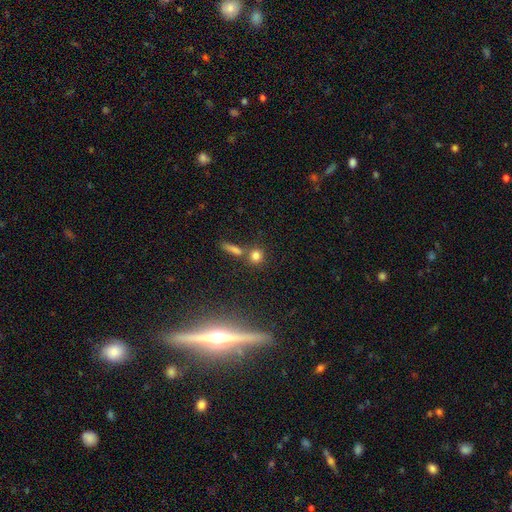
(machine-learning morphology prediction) A smooth galaxy with no disk features (76%) that is round (81%).

Vote fractions:
- Smooth or featured? smooth: 76% / star or artifact: 16% / featured or disk: 8%
- How rounded? round: 81% / in between: 14% / cigar-shaped: 5%
- Merging? none: 67% / merger: 20% / minor disturbance: 9% / major disturbance: 4%